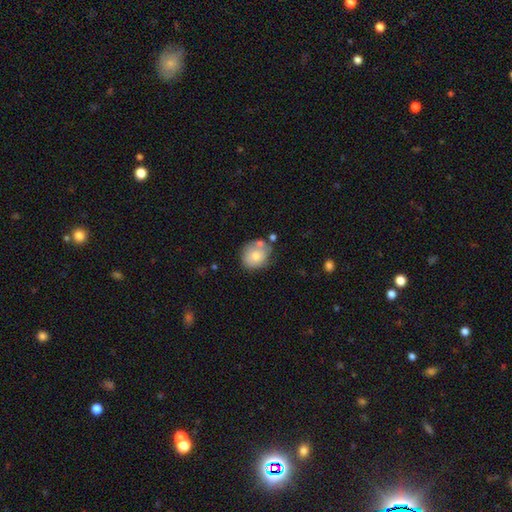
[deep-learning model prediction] Morphology: type=smooth (70%); roundness=round (72%); merging=none (54%).